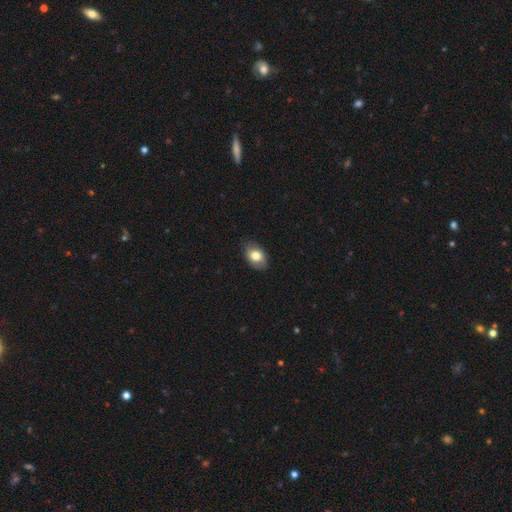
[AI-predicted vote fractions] Smooth or featured: smooth — 76% (featured or disk — 16%)
How rounded: in between — 86% (round — 13%)
Merging: none — 83% (minor disturbance — 14%)